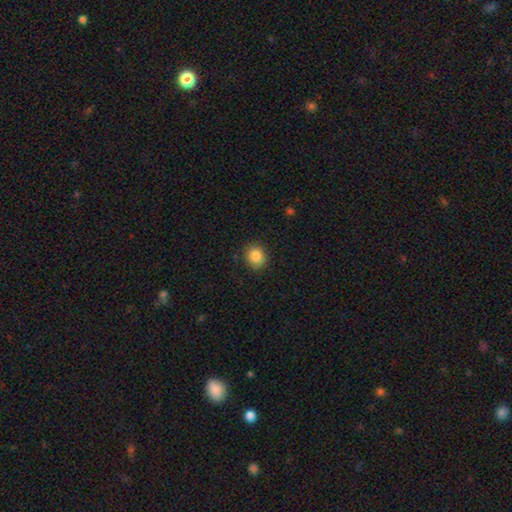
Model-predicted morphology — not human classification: Smooth or featured: smooth — 85% (star or artifact — 9%)
How rounded: round — 78% (in between — 21%)
Merging: none — 87% (minor disturbance — 9%)